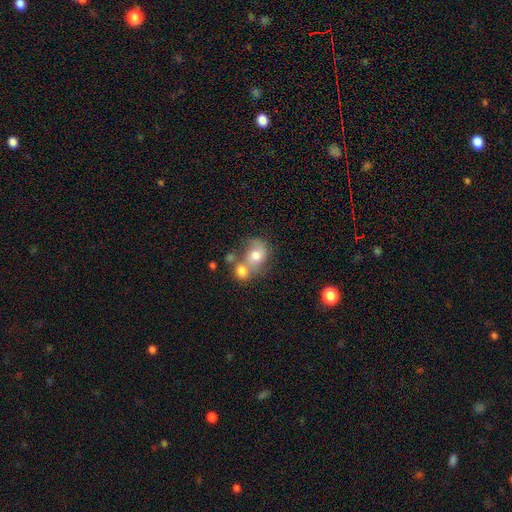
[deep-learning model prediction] This is likely a smooth galaxy (65%). How rounded: possibly round (53%). Merging: possibly merger (57%).